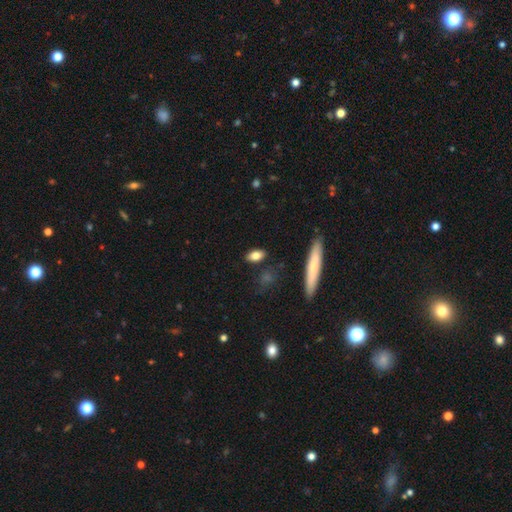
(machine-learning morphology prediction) This appears to be a smooth galaxy with no disk features (78%) that is in between round and cigar-shaped (76%). Merging: none (84%).